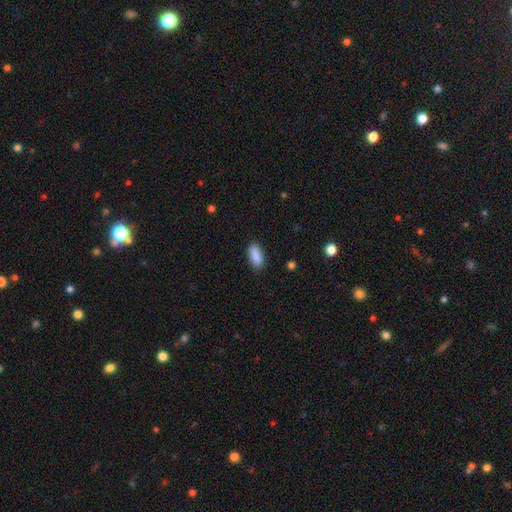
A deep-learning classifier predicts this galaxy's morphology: A smooth galaxy with no disk features (89%) that is in between round and cigar-shaped (82%).

Vote fractions:
- Smooth or featured? smooth: 89% / star or artifact: 7% / featured or disk: 4%
- How rounded? in between: 82% / cigar-shaped: 15% / round: 2%
- Merging? none: 82% / minor disturbance: 13% / major disturbance: 3% / merger: 2%